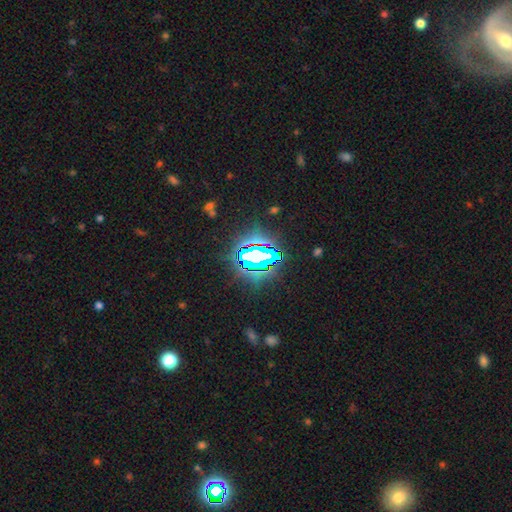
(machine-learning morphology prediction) This appears to be a star or artifact, not a galaxy (76%).